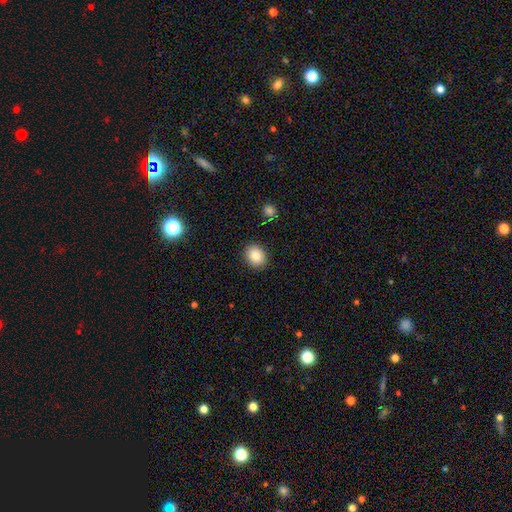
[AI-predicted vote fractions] This appears to be a smooth galaxy with no disk features (86%) that is round (56%). Merging: none (89%).